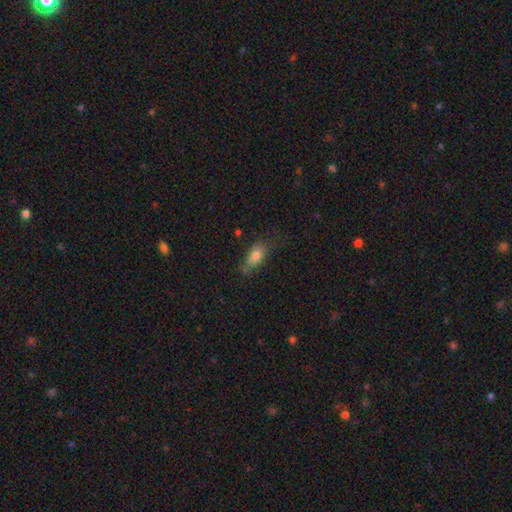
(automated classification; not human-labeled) Smooth or featured? Predicted: smooth (p=0.76). How rounded? Predicted: in between (p=0.80). Merging? Predicted: none (p=0.60).